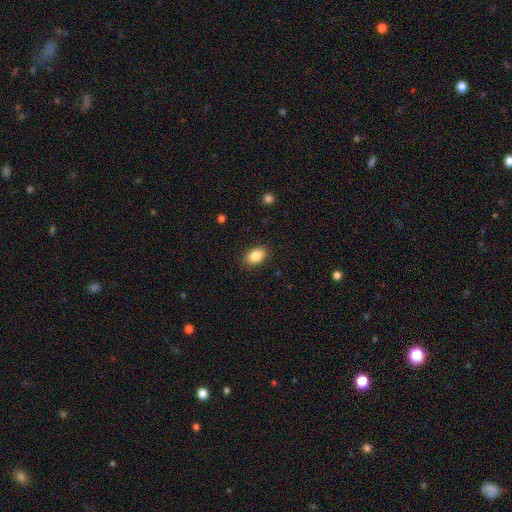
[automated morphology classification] type=smooth (86%); roundness=in between (89%); merging=none (88%).